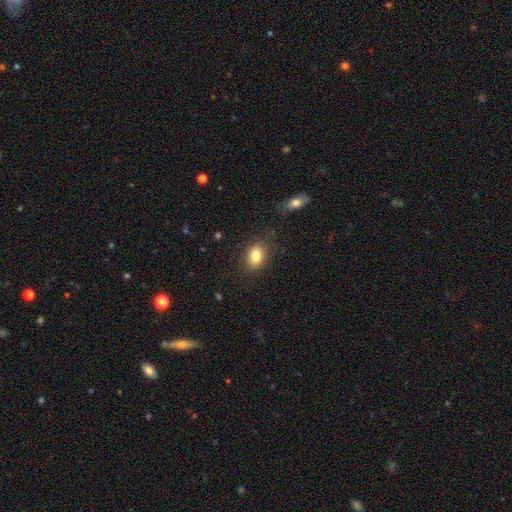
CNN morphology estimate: Overall: smooth (84%). How rounded: in between (80%). Merging: none (83%).